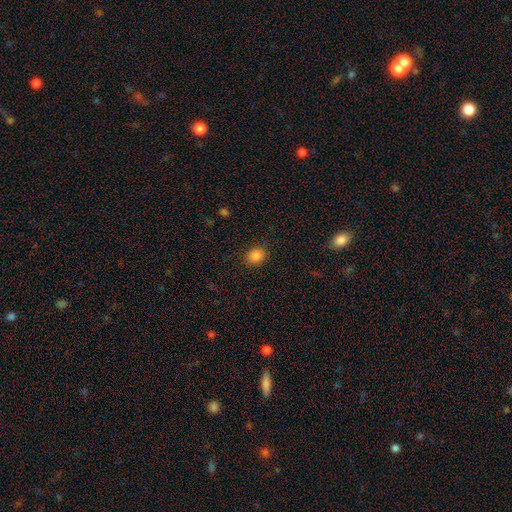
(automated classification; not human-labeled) Morphology: type=smooth (85%); roundness=round (53%); merging=none (86%).